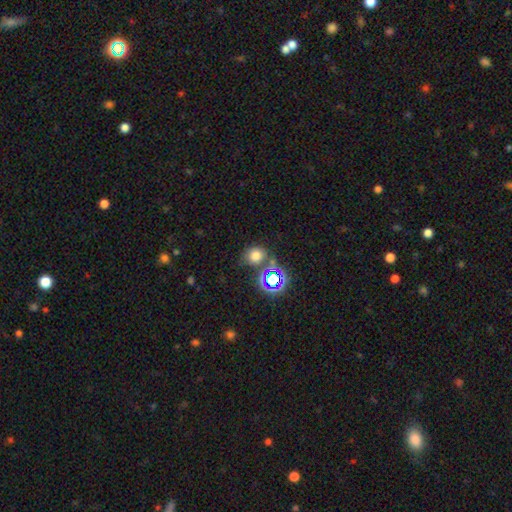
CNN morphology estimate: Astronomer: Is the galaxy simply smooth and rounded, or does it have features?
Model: smooth — 68%.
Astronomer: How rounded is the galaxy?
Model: round — 71%.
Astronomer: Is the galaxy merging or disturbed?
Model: none — 62%.